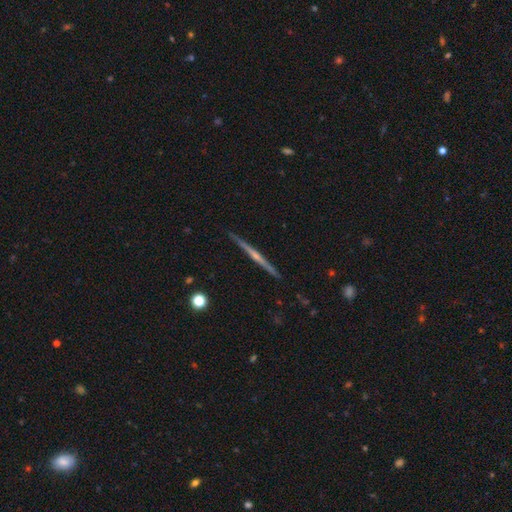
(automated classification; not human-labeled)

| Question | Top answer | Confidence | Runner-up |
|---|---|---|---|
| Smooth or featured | featured or disk | 80% | smooth (14%) |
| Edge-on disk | yes | 99% | no (1%) |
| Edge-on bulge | rounded | 69% | none (25%) |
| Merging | none | 92% | minor disturbance (6%) |